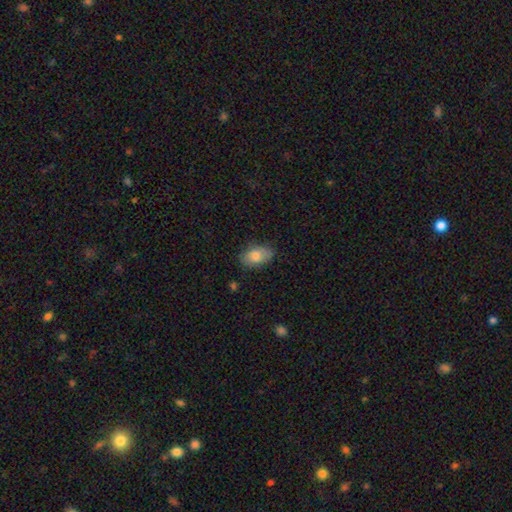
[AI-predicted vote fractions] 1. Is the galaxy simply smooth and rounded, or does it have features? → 80% smooth, 13% featured or disk, 7% star or artifact.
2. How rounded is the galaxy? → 90% in between, 8% round, 2% cigar-shaped.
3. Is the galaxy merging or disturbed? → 75% none, 20% minor disturbance, 4% major disturbance, 1% merger.